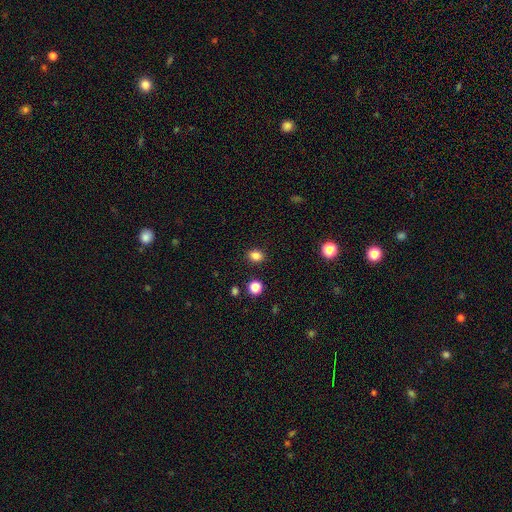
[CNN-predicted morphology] This is clearly a smooth galaxy (83%). How rounded: possibly in between (53%). Merging: clearly none (88%).